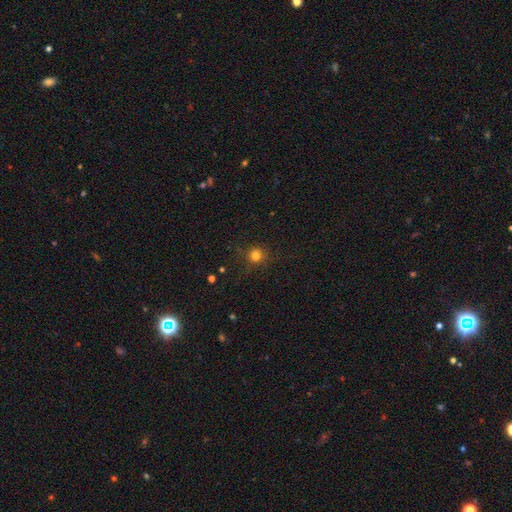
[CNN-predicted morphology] smooth 77%, star or artifact 18%, featured or disk 6%. Down the decision tree: how rounded — round (92%); merging — none (85%).